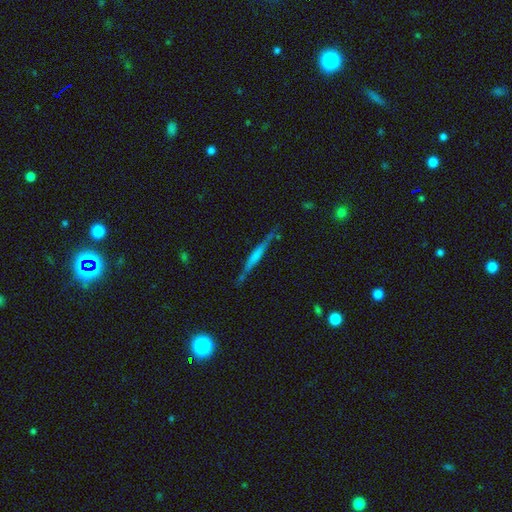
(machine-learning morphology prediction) This appears to be a featured or disk galaxy (53%) viewed edge-on (96%) with no central bulge (50%). Merging: none (79%).